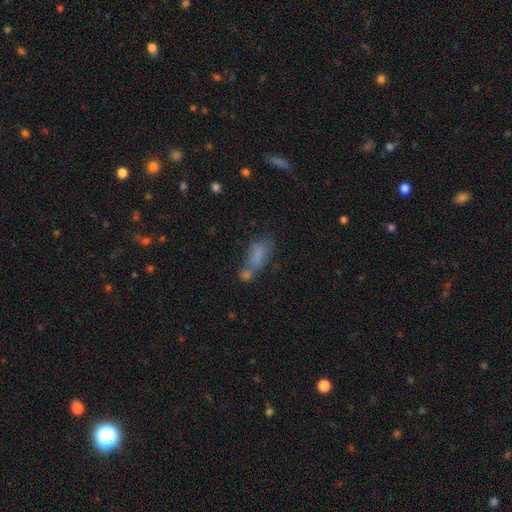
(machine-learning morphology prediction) Smooth or featured: smooth — 66% (star or artifact — 18%)
How rounded: in between — 69% (cigar-shaped — 25%)
Merging: none — 37% (merger — 34%)